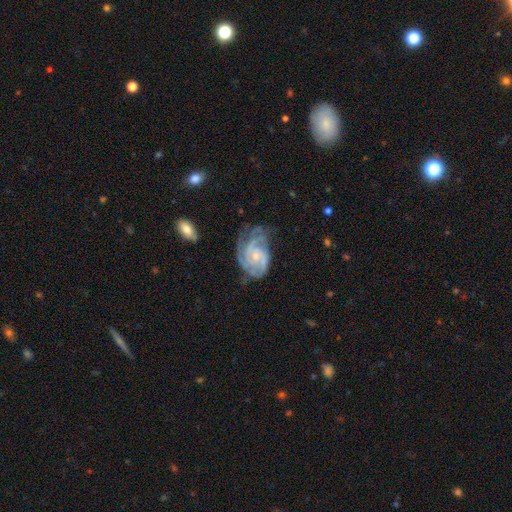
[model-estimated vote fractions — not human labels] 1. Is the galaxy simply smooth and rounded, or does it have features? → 89% featured or disk, 6% smooth, 5% star or artifact.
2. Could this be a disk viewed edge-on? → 98% no, 2% yes.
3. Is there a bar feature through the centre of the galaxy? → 72% no, 23% weak, 5% strong.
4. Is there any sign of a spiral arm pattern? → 97% yes, 3% no.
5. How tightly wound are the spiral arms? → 62% tight, 32% medium, 6% loose.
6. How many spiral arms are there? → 38% 3, 20% 2, 17% can't tell, 14% 4, 5% more than 4, 5% 1.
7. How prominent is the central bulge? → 69% small, 27% moderate, 2% none, 1% large, 1% dominant.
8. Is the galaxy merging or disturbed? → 53% none, 27% minor disturbance, 17% major disturbance, 2% merger.